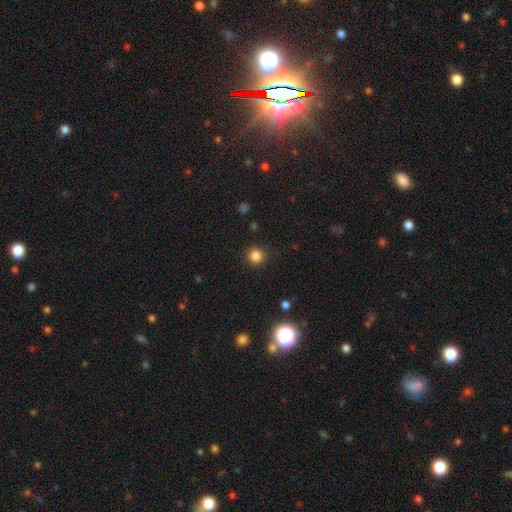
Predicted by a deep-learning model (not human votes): Smooth or featured? smooth (83%)
How rounded? round (94%)
Merging? none (91%)